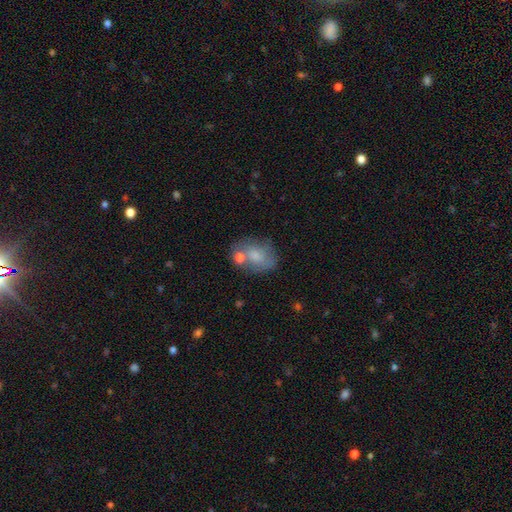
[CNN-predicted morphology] This is likely a smooth galaxy (61%). How rounded: likely in between (73%). Merging: possibly none (49%).